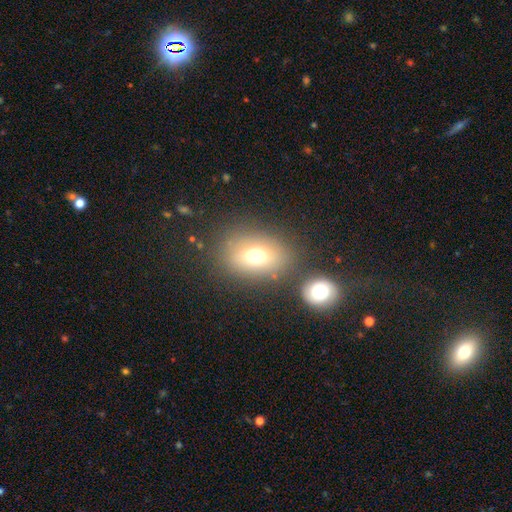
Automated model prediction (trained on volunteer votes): Smooth or featured?
  - smooth: 71% *
  - featured or disk: 16%
  - star or artifact: 13%
How rounded?
  - in between: 71% *
  - round: 28%
  - cigar-shaped: 1%
Merging?
  - none: 69% *
  - merger: 13%
  - minor disturbance: 12%
  - major disturbance: 6%